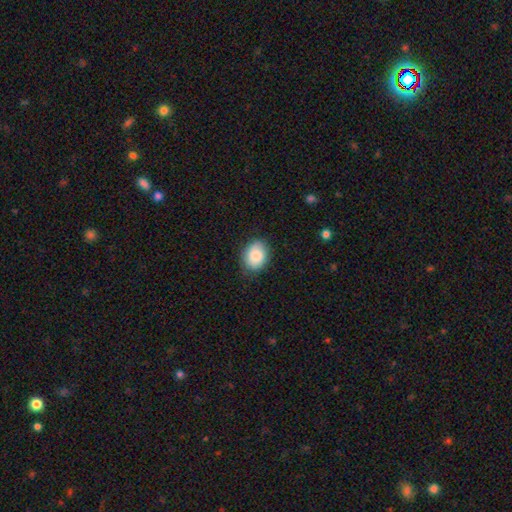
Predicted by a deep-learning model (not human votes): Morphology: type=smooth (86%); roundness=in between (63%); merging=none (83%).